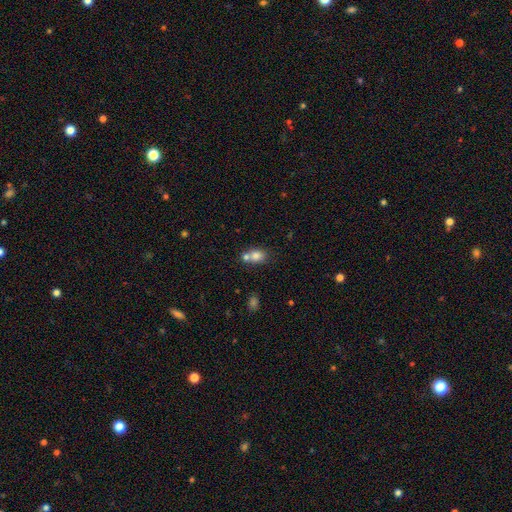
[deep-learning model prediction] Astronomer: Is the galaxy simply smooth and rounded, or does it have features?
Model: smooth — 78%.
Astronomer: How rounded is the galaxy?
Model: in between — 58% (runner-up: round, 40%).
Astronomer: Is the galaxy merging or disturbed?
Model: merger — 47% (runner-up: none, 41%).